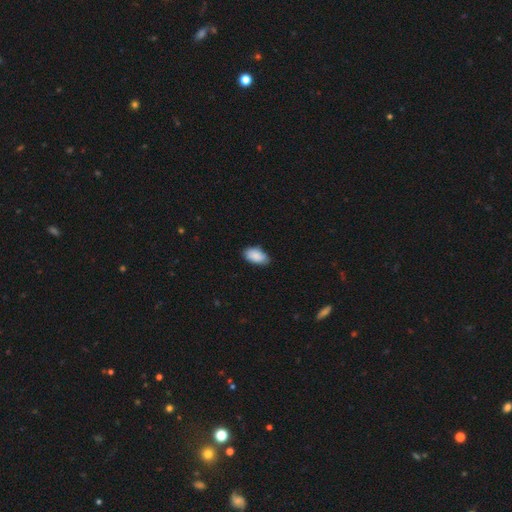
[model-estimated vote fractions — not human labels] Smooth or featured?
  - smooth: 89% *
  - star or artifact: 6%
  - featured or disk: 5%
How rounded?
  - in between: 95% *
  - round: 3%
  - cigar-shaped: 2%
Merging?
  - none: 78% *
  - minor disturbance: 18%
  - major disturbance: 2%
  - merger: 1%